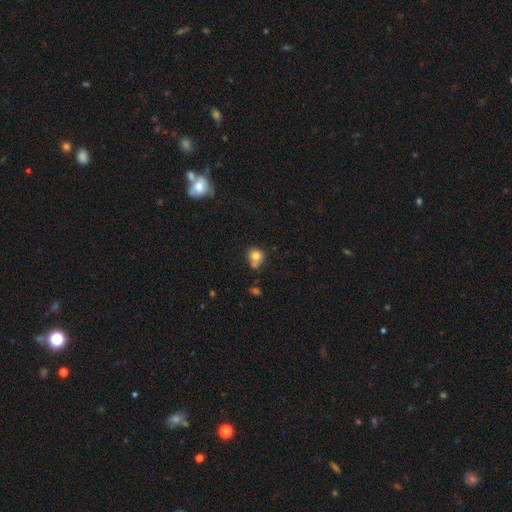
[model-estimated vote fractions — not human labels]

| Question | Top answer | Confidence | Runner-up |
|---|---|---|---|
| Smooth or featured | smooth | 77% | featured or disk (12%) |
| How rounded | round | 81% | in between (18%) |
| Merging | none | 50% | merger (28%) |